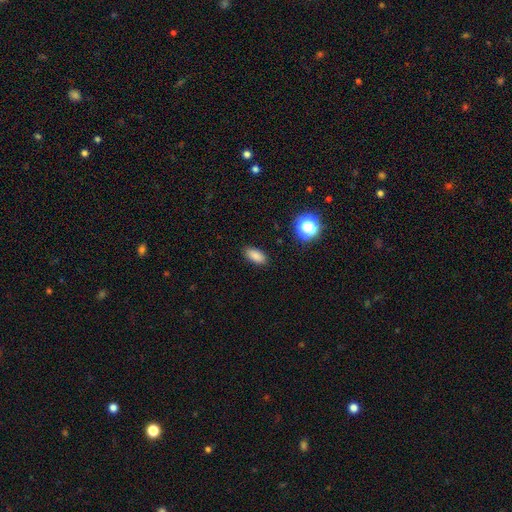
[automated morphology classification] A smooth galaxy with no disk features (84%) that is in between round and cigar-shaped (88%).

Vote fractions:
- Smooth or featured? smooth: 84% / star or artifact: 12% / featured or disk: 4%
- How rounded? in between: 88% / cigar-shaped: 7% / round: 5%
- Merging? none: 88% / minor disturbance: 8% / major disturbance: 2% / merger: 1%